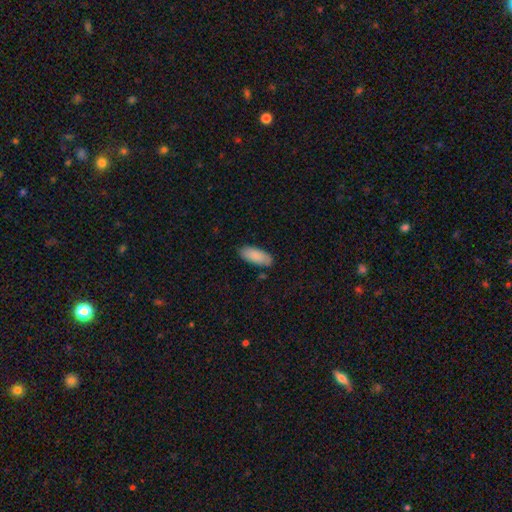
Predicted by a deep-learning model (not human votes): Overall: smooth (88%). How rounded: in between (83%). Merging: none (83%).